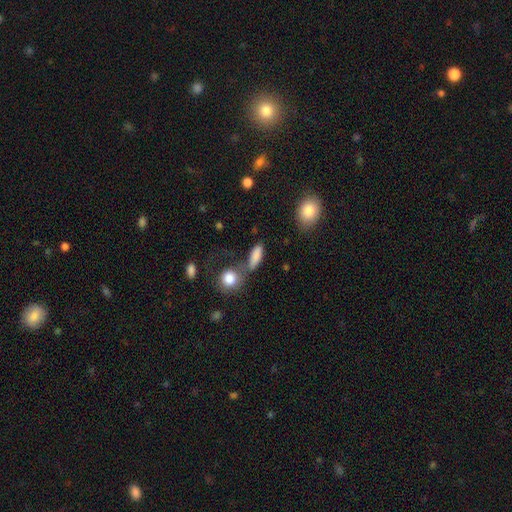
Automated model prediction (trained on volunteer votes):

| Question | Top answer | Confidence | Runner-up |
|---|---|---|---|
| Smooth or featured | smooth | 84% | star or artifact (8%) |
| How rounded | in between | 63% | cigar-shaped (29%) |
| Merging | none | 53% | merger (21%) |